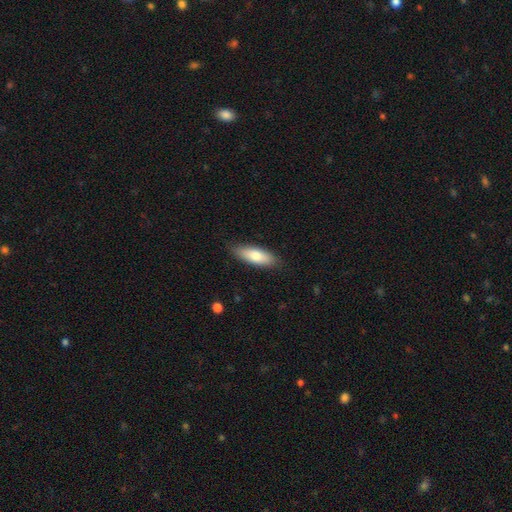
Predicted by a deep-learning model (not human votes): Morphology: type=smooth (78%); roundness=in between (62%); merging=none (85%).